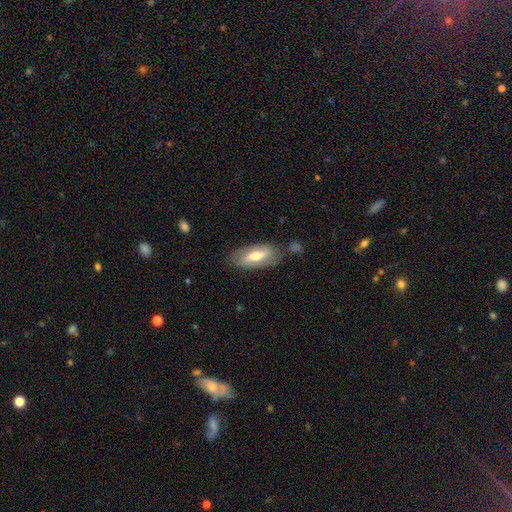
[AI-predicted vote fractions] Q: Smooth or featured?
A: smooth (56%); runner-up: featured or disk (38%)
Q: How rounded?
A: in between (78%); runner-up: cigar-shaped (19%)
Q: Merging?
A: none (76%); runner-up: minor disturbance (15%)